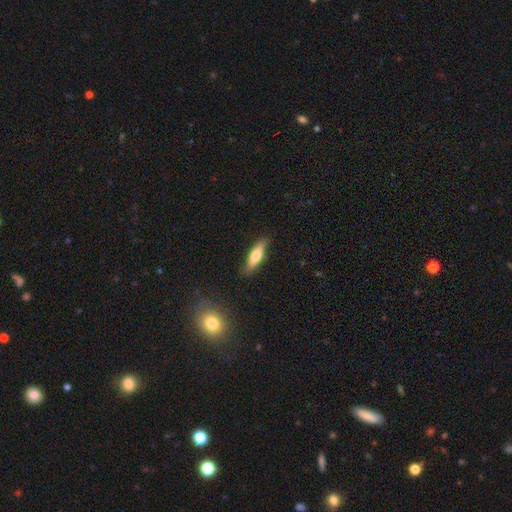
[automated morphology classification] Smooth or featured: smooth — 63% (featured or disk — 31%)
How rounded: cigar-shaped — 66% (in between — 32%)
Merging: none — 83% (minor disturbance — 13%)